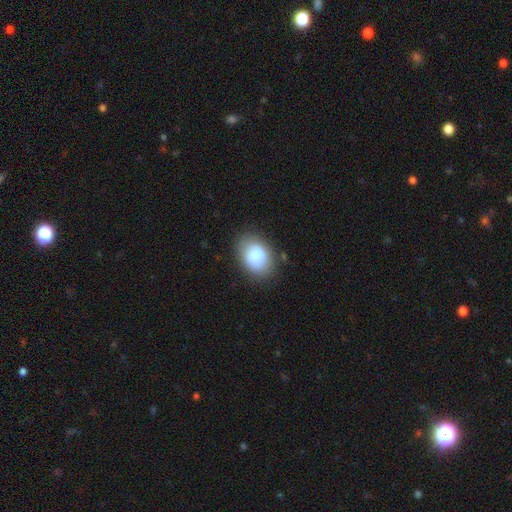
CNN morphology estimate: smooth 83%, featured or disk 9%, star or artifact 8%. Down the decision tree: how rounded — in between (71%); merging — none (75%).